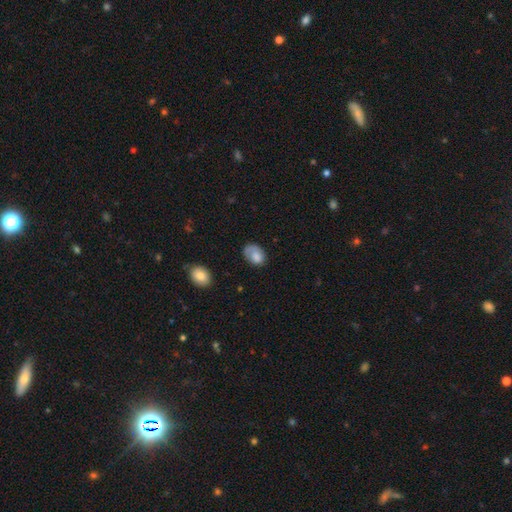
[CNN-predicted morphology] Overall: smooth (74%). How rounded: in between (76%). Merging: none (49%; minor disturbance 29%).